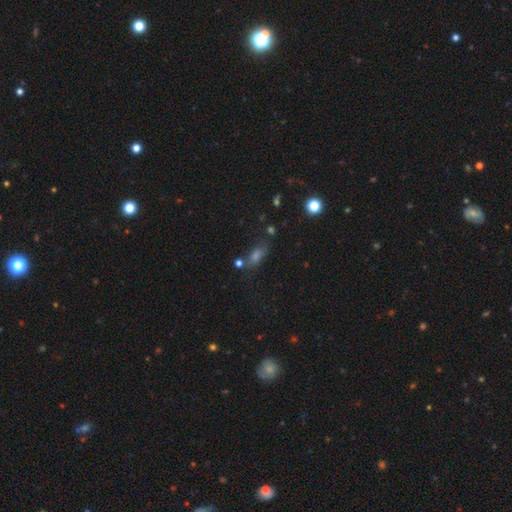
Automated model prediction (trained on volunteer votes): Morphology: type=smooth (54%); roundness=in between (63%); merging=none (60%).